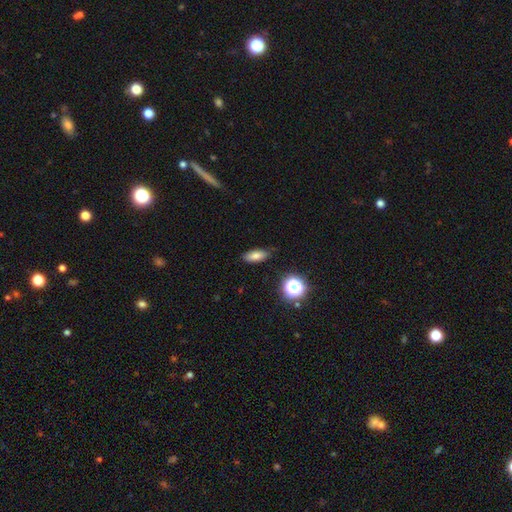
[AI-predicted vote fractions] Morphology: type=smooth (77%); roundness=in between (77%); merging=none (81%).